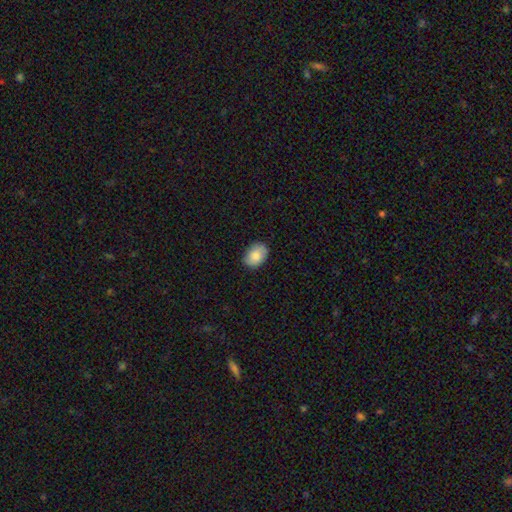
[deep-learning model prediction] This is clearly a smooth galaxy (83%). How rounded: likely in between (79%). Merging: clearly none (83%).